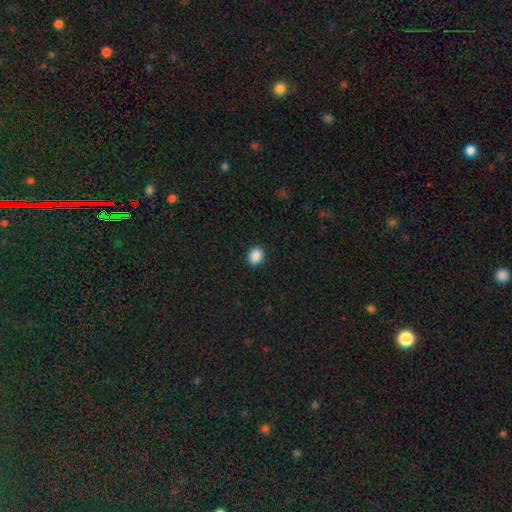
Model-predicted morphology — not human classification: This is clearly a smooth galaxy (89%). How rounded: possibly round (52%). Merging: clearly none (90%).